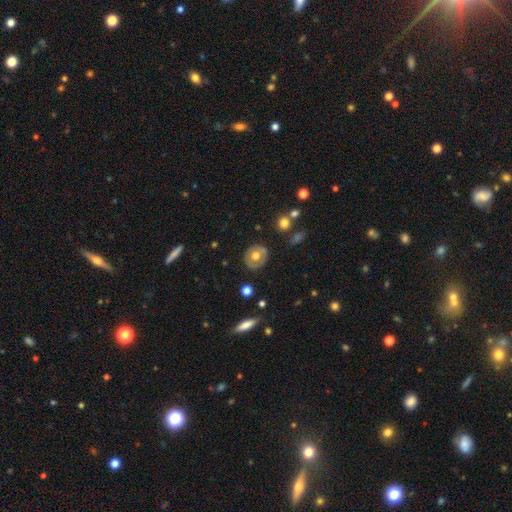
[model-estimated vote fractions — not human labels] A smooth galaxy with no disk features (54%) that is round (73%).

Vote fractions:
- Smooth or featured? smooth: 54% / featured or disk: 39% / star or artifact: 7%
- How rounded? round: 73% / in between: 26% / cigar-shaped: 1%
- Merging? none: 82% / minor disturbance: 13% / major disturbance: 4% / merger: 2%